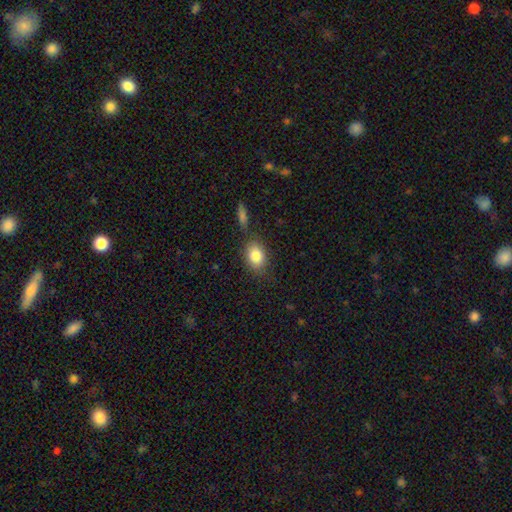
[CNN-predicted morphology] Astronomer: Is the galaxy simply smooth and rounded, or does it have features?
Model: smooth — 83%.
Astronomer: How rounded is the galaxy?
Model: in between — 77%.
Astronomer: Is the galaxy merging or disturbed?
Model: none — 74%.